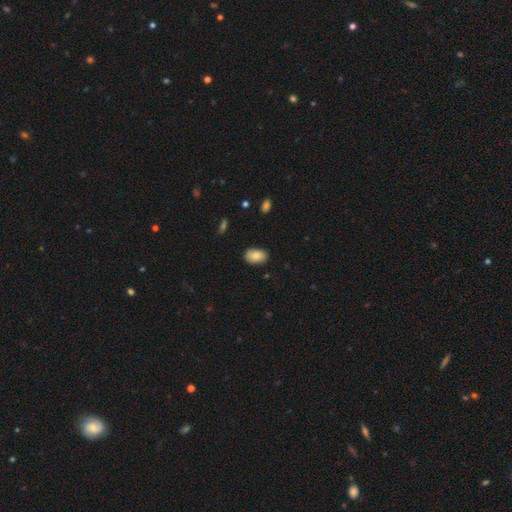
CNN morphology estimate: Smooth or featured?
  - smooth: 86% *
  - featured or disk: 7%
  - star or artifact: 7%
How rounded?
  - in between: 92% *
  - round: 7%
  - cigar-shaped: 1%
Merging?
  - none: 85% *
  - minor disturbance: 11%
  - major disturbance: 2%
  - merger: 1%